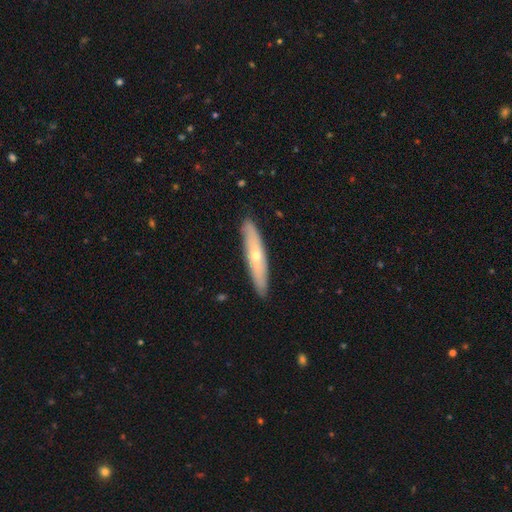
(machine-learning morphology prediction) featured or disk 51%, smooth 43%, star or artifact 6%. Down the decision tree: edge-on disk — yes (74%); merging — none (89%).